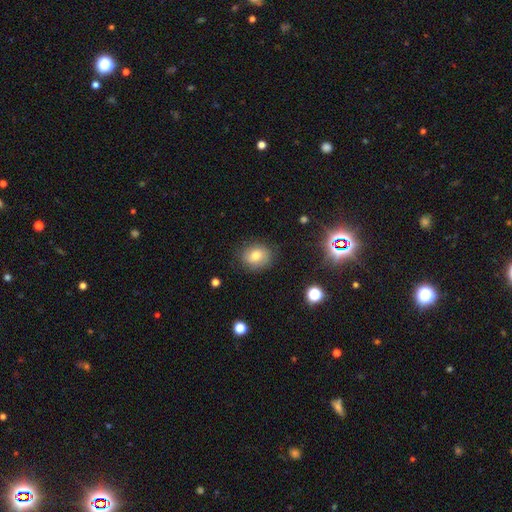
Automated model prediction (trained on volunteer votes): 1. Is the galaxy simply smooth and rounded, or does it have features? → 71% smooth, 17% featured or disk, 12% star or artifact.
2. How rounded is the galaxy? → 56% round, 43% in between, 1% cigar-shaped.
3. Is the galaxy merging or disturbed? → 79% none, 15% minor disturbance, 4% major disturbance, 1% merger.